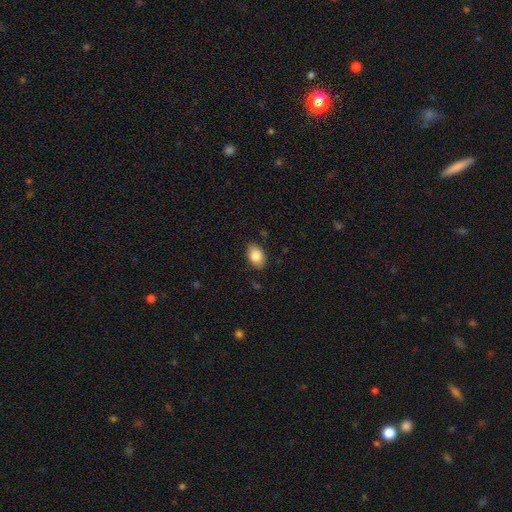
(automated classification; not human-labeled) Smooth or featured? smooth (84%)
How rounded? in between (84%)
Merging? none (86%)